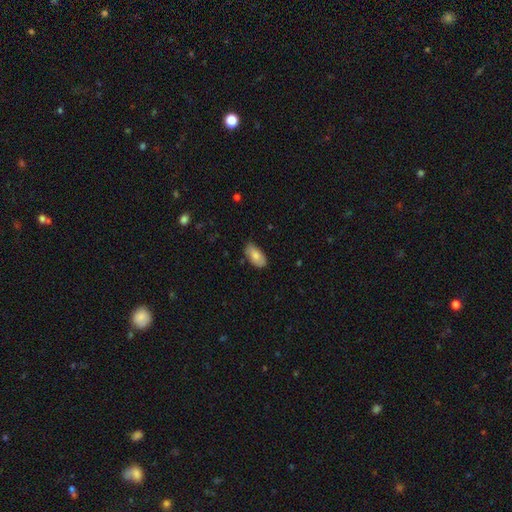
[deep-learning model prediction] This is clearly a smooth galaxy (81%). How rounded: clearly in between (94%). Merging: likely none (75%).